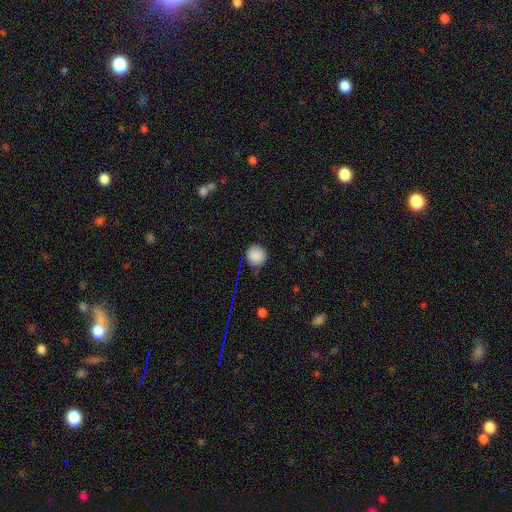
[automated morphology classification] type=smooth (87%); roundness=round (91%); merging=none (84%).